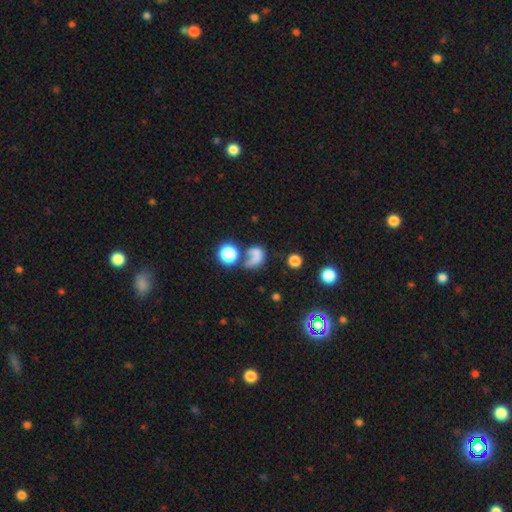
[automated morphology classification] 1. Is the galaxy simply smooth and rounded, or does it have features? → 56% smooth, 26% featured or disk, 18% star or artifact.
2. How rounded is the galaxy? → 50% in between, 47% round, 2% cigar-shaped.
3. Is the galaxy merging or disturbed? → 29% major disturbance (tied), 29% merger (tied), 26% none, 15% minor disturbance.